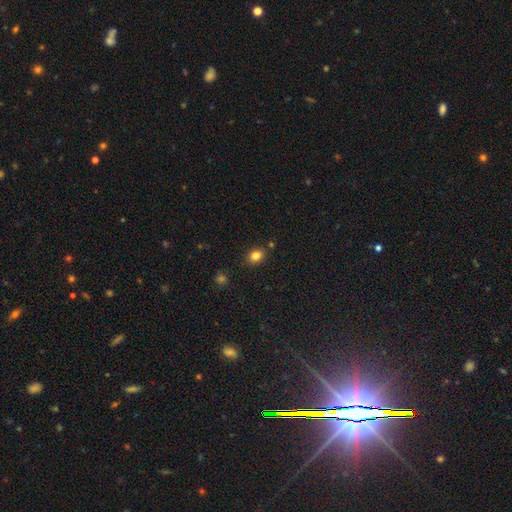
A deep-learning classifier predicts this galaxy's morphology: Smooth or featured: smooth — 82% (star or artifact — 12%)
How rounded: in between — 54% (round — 45%)
Merging: none — 85% (minor disturbance — 10%)